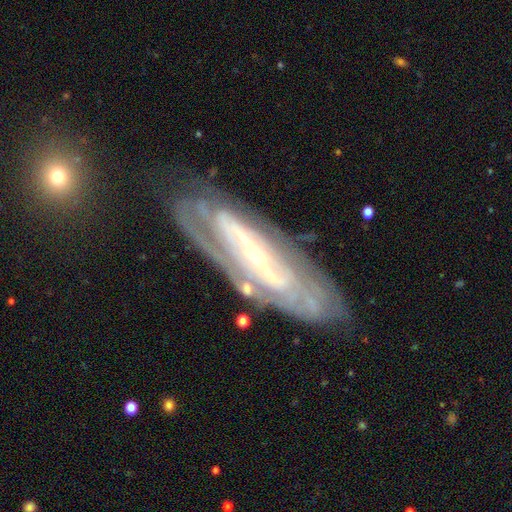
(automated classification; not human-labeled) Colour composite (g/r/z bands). It shows a featured or disk galaxy (84%) with a strong bar (44%), tight (64%) spiral arms (85%) and a small central bulge (79%). Merging: none (69%).